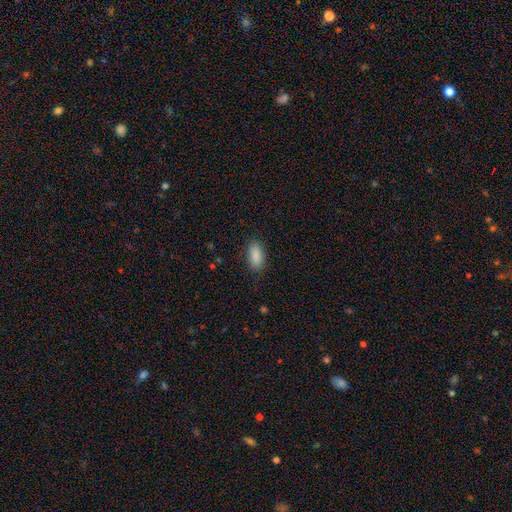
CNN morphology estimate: Q: Smooth or featured?
A: smooth (89%); runner-up: star or artifact (7%)
Q: How rounded?
A: in between (90%); runner-up: cigar-shaped (8%)
Q: Merging?
A: none (86%); runner-up: minor disturbance (10%)